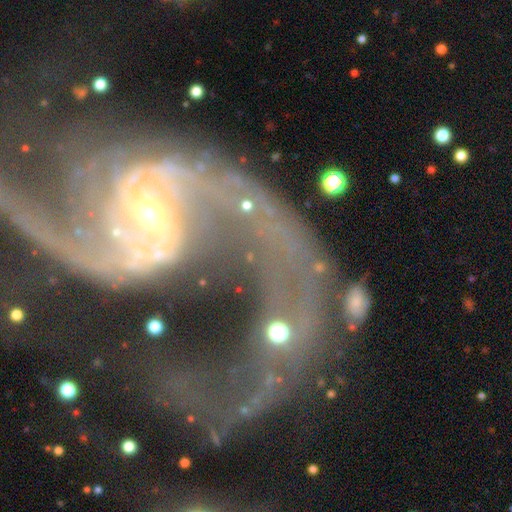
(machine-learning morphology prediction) A featured or disk galaxy (87%) with a weak bar (41%), 2 (72%) loose (66%) spiral arms (91%) and a small central bulge (58%). Merging: major disturbance (41%).